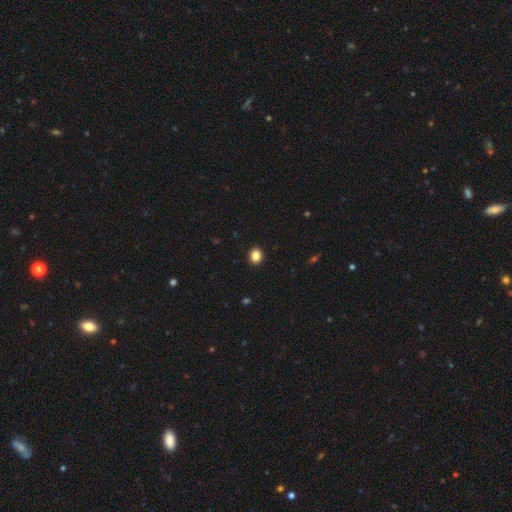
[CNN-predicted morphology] Smooth or featured? smooth (86%)
How rounded? round (71%)
Merging? none (92%)